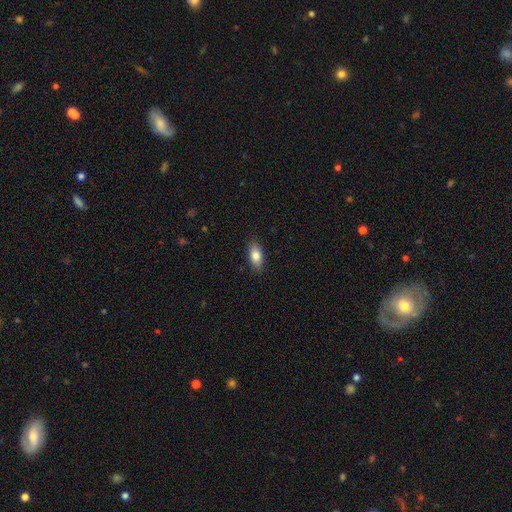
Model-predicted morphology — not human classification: Overall: smooth (82%). How rounded: in between (88%). Merging: none (86%).